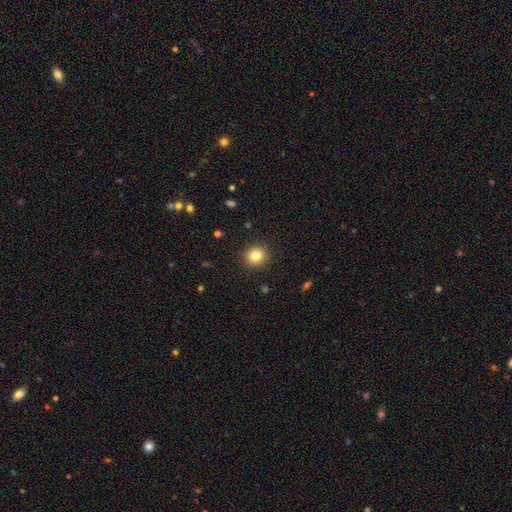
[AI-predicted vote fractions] Overall: smooth (83%). How rounded: round (90%). Merging: none (91%).